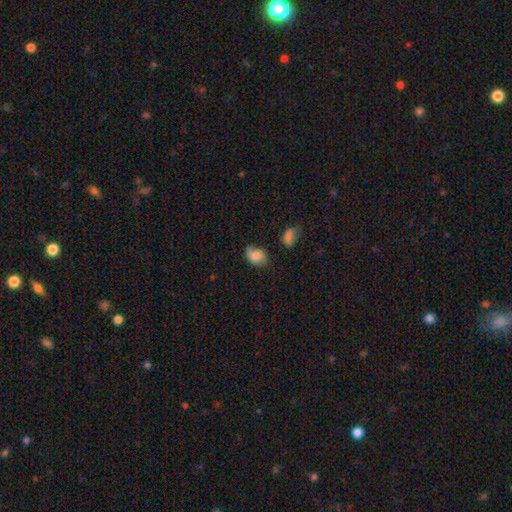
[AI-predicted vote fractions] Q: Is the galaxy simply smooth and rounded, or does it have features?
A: smooth — 77%.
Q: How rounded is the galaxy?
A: in between — 70%.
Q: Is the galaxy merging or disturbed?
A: none — 56%.